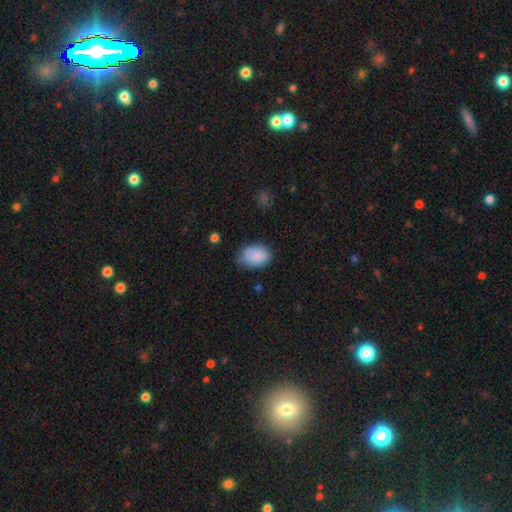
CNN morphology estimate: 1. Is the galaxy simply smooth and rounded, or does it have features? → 84% smooth, 9% featured or disk, 7% star or artifact.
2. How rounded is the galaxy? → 81% in between, 18% round, 1% cigar-shaped.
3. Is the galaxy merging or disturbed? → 65% none, 27% minor disturbance, 6% major disturbance, 2% merger.